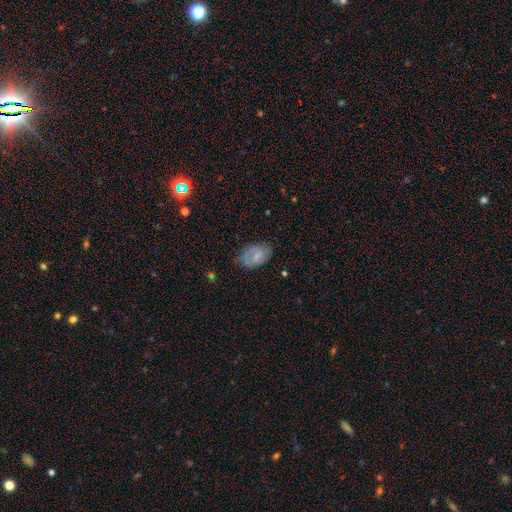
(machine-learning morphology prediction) smooth_or_featured: smooth (p=0.55) [alt: featured or disk p=0.36]
how_rounded: in between (p=0.90) [alt: round p=0.08]
merging: none (p=0.61) [alt: minor disturbance p=0.27]